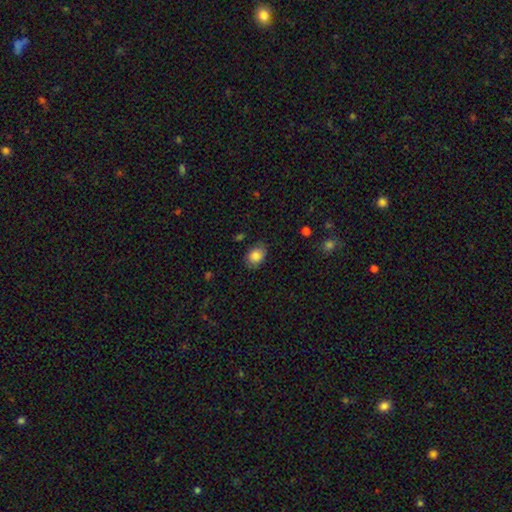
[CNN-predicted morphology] smooth-or-featured: smooth: 86% | star or artifact: 8% | featured or disk: 6%
  how-rounded: in between: 74% | round: 25% | cigar-shaped: 1%
  merging: none: 79% | minor disturbance: 16% | major disturbance: 4% | merger: 1%